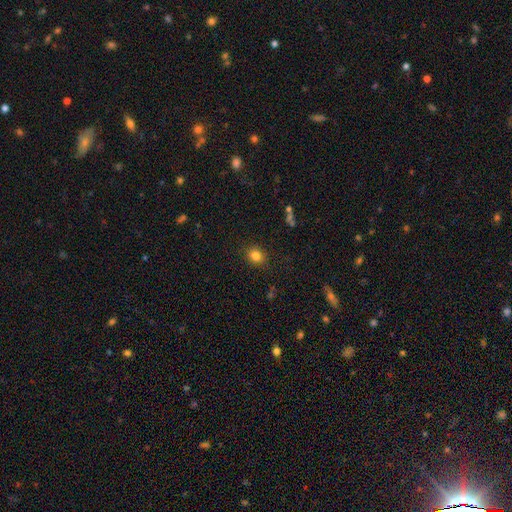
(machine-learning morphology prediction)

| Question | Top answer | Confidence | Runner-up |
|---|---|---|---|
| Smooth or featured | smooth | 82% | star or artifact (12%) |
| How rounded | round | 71% | in between (29%) |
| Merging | none | 88% | minor disturbance (8%) |